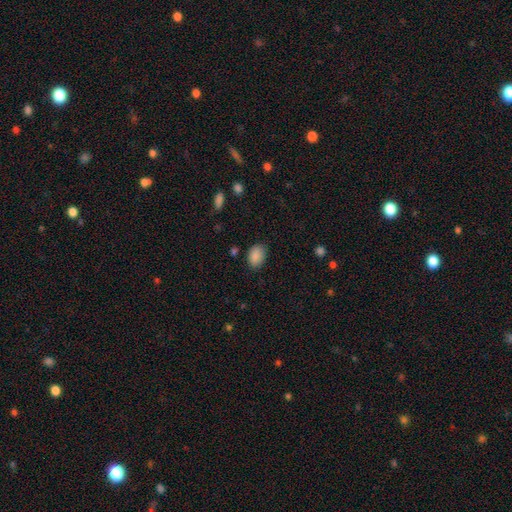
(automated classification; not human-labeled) A smooth galaxy with no disk features (88%) that is in between round and cigar-shaped (84%).

Vote fractions:
- Smooth or featured? smooth: 88% / star or artifact: 8% / featured or disk: 4%
- How rounded? in between: 84% / round: 15% / cigar-shaped: 1%
- Merging? none: 81% / minor disturbance: 14% / major disturbance: 3% / merger: 1%